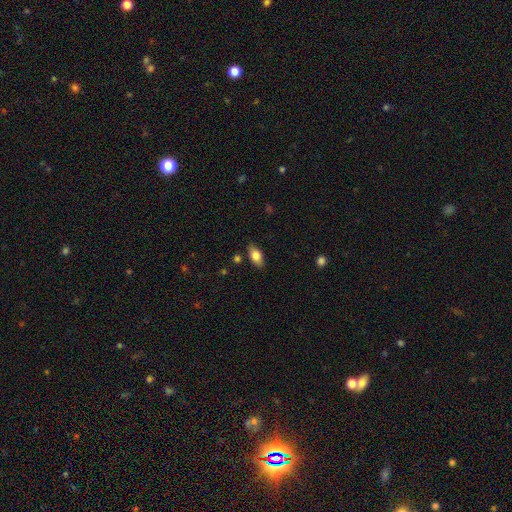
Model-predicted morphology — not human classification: smooth-or-featured: smooth: 76% | featured or disk: 16% | star or artifact: 7%
  how-rounded: in between: 88% | cigar-shaped: 7% | round: 5%
  merging: none: 84% | minor disturbance: 11% | major disturbance: 2% | merger: 2%